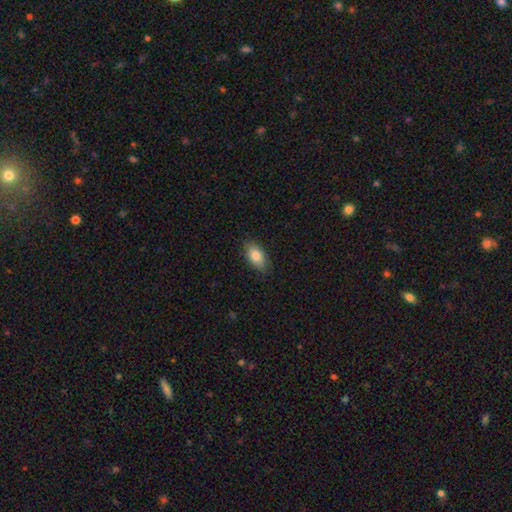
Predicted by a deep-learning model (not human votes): Morphology: type=smooth (83%); roundness=in between (91%); merging=none (85%).